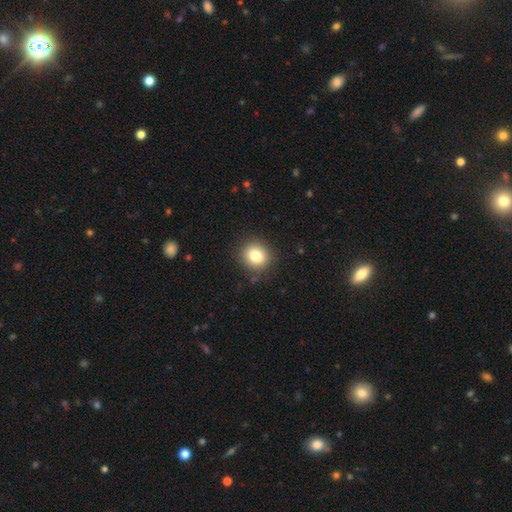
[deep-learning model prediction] smooth 82%, star or artifact 10%, featured or disk 8%. Down the decision tree: how rounded — round (79%); merging — none (88%).